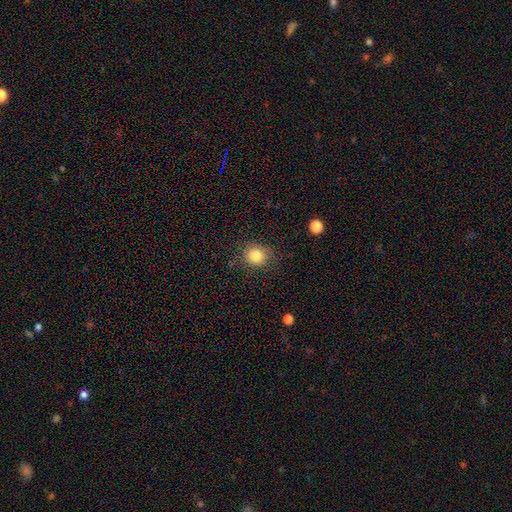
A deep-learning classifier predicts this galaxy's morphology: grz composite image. It shows a smooth galaxy with no disk features (82%) that is round (81%). Merging: none (84%).